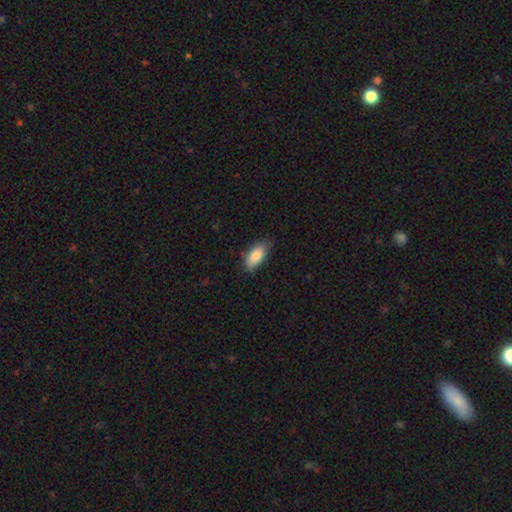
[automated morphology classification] Smooth or featured? Predicted: smooth (p=0.86). How rounded? Predicted: in between (p=0.89). Merging? Predicted: none (p=0.78).